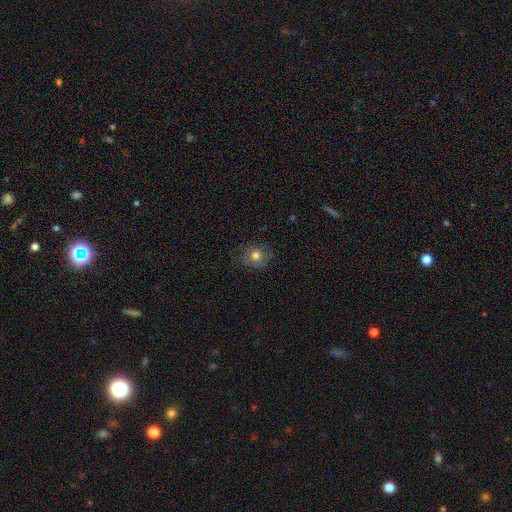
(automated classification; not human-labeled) A smooth galaxy with no disk features (76%) that is round (83%). Merging: none (80%).